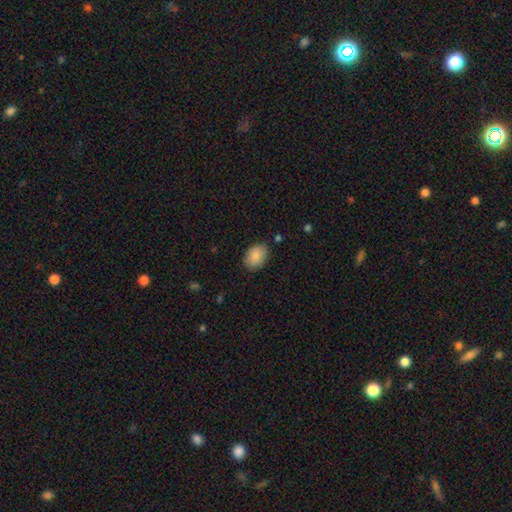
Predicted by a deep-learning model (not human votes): Overall: smooth (88%). How rounded: in between (79%). Merging: none (80%).